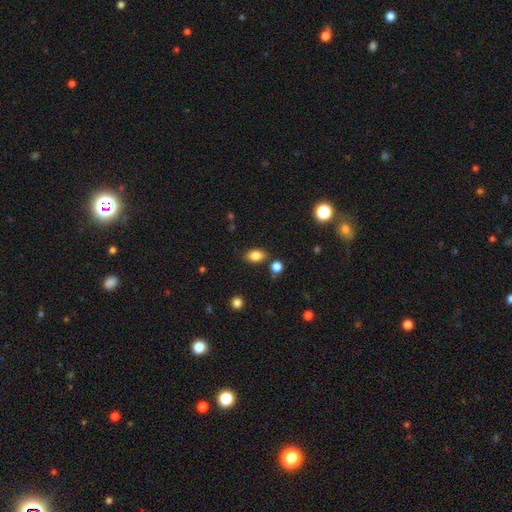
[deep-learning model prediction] This appears to be a smooth galaxy with no disk features (84%) that is in between round and cigar-shaped (85%). Merging: none (80%).